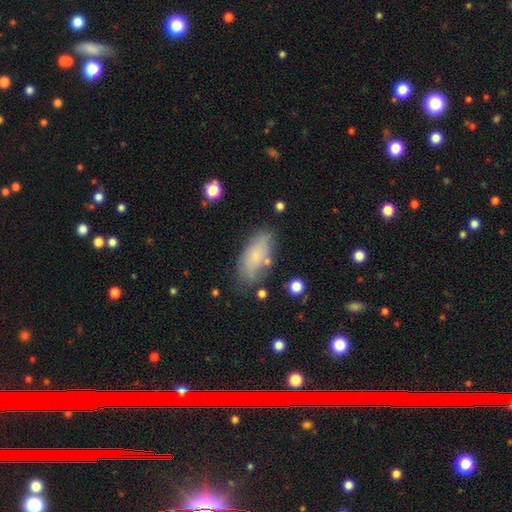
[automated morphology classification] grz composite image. It shows a smooth galaxy with no disk features (67%) that is in between round and cigar-shaped (85%). Merging: none (66%).